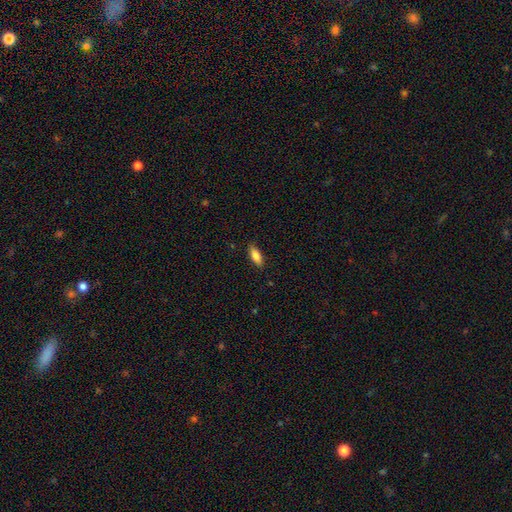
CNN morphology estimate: A smooth galaxy with no disk features (84%) that is in between round and cigar-shaped (72%).

Vote fractions:
- Smooth or featured? smooth: 84% / featured or disk: 9% / star or artifact: 7%
- How rounded? in between: 72% / cigar-shaped: 26% / round: 2%
- Merging? none: 87% / minor disturbance: 10% / major disturbance: 2% / merger: 1%